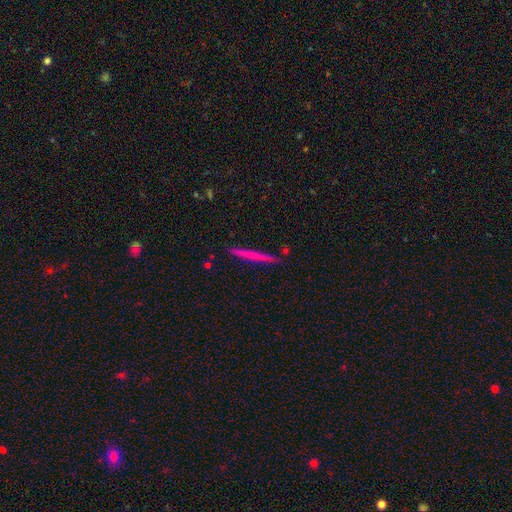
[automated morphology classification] smooth_or_featured: smooth (p=0.50) [alt: featured or disk p=0.40]
how_rounded: cigar-shaped (p=0.96) [alt: in between p=0.02]
merging: none (p=0.89) [alt: minor disturbance p=0.08]